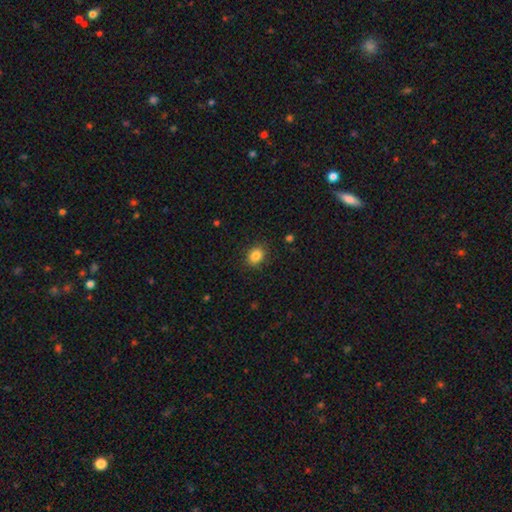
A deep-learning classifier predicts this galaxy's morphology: Q: Smooth or featured?
A: smooth (85%); runner-up: star or artifact (10%)
Q: How rounded?
A: round (52%); runner-up: in between (47%)
Q: Merging?
A: none (87%); runner-up: minor disturbance (9%)